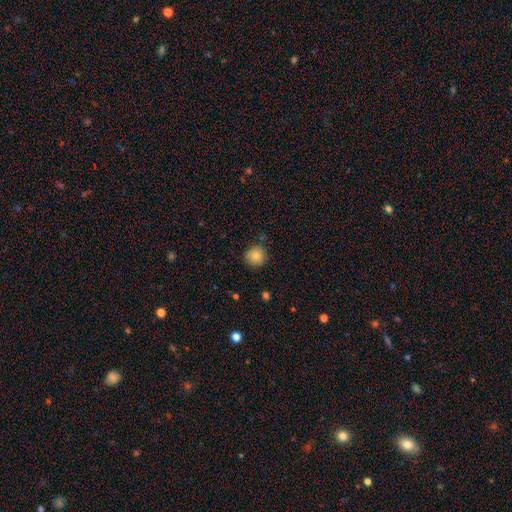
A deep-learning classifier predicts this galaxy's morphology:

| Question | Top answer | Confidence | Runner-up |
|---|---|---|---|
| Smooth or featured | smooth | 83% | star or artifact (10%) |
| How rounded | round | 93% | in between (6%) |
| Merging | none | 86% | minor disturbance (10%) |